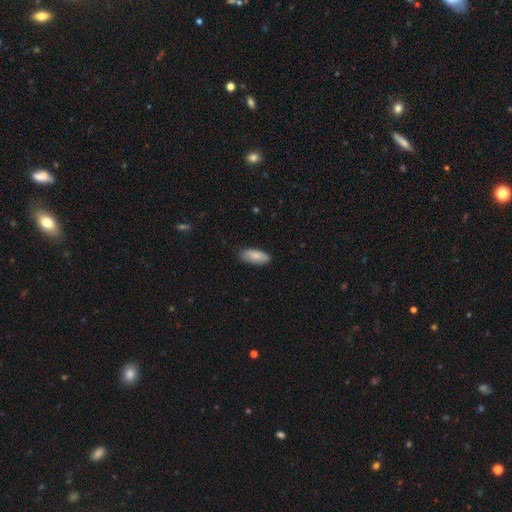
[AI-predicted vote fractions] Smooth or featured?
  - smooth: 86% *
  - featured or disk: 9%
  - star or artifact: 6%
How rounded?
  - in between: 83% *
  - cigar-shaped: 15%
  - round: 2%
Merging?
  - none: 84% *
  - minor disturbance: 13%
  - major disturbance: 2%
  - merger: 1%